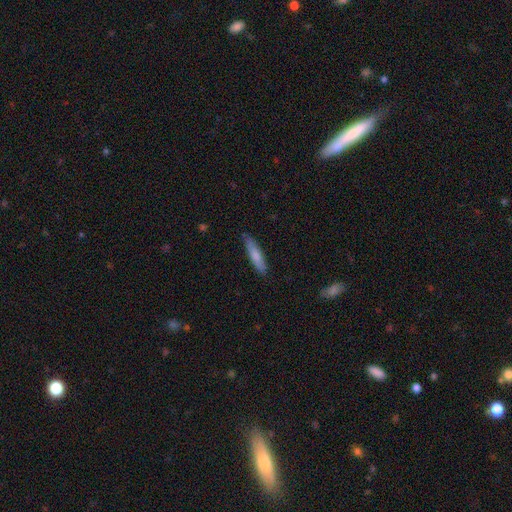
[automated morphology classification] smooth_or_featured: smooth (p=0.76) [alt: featured or disk p=0.19]
how_rounded: cigar-shaped (p=0.80) [alt: in between p=0.18]
merging: none (p=0.83) [alt: minor disturbance p=0.14]